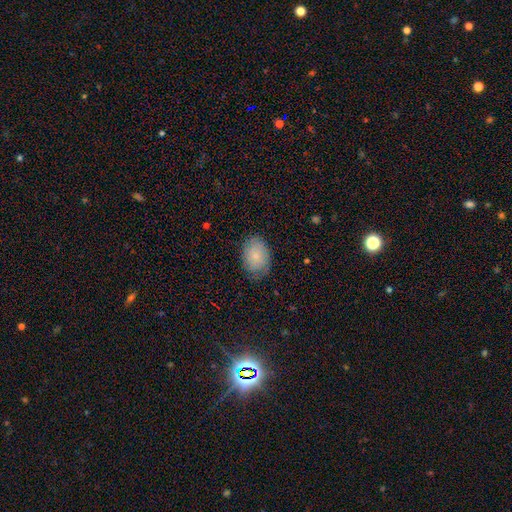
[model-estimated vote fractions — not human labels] A smooth galaxy with no disk features (71%) that is in between round and cigar-shaped (78%). Merging: none (71%).